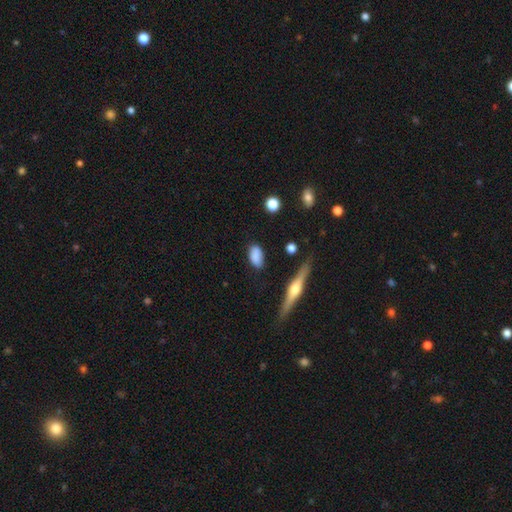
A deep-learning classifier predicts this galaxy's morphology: The model was most divided on "merging": none: 79%, minor disturbance: 15%, major disturbance: 4%, merger: 2%. More confident: how rounded — in between (89%); smooth or featured — smooth (81%).